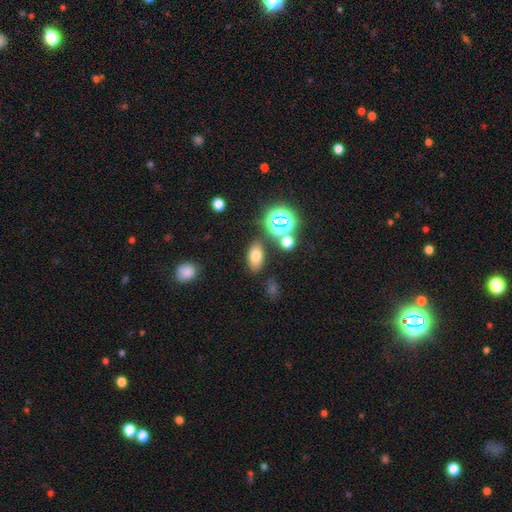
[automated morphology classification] type=smooth (69%); roundness=in between (86%); merging=none (81%).